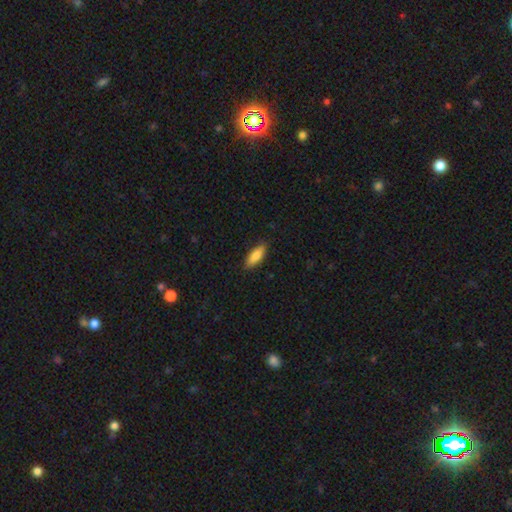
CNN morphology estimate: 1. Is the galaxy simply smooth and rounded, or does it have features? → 85% smooth, 9% featured or disk, 6% star or artifact.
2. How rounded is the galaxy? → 68% in between, 31% cigar-shaped, 2% round.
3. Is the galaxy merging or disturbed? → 86% none, 11% minor disturbance, 2% major disturbance, 1% merger.